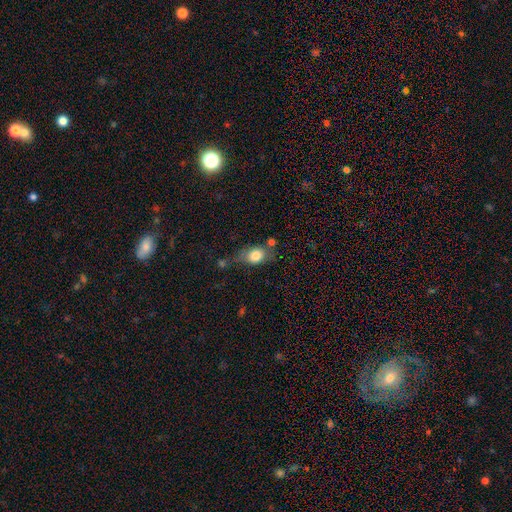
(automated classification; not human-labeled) This is likely a smooth galaxy (78%). How rounded: likely in between (64%). Merging: possibly none (49%).